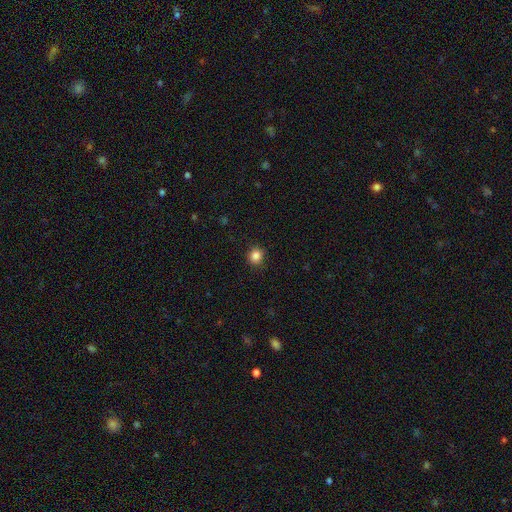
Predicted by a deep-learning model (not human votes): This appears to be a smooth galaxy with no disk features (85%) that is round (84%). Merging: none (88%).